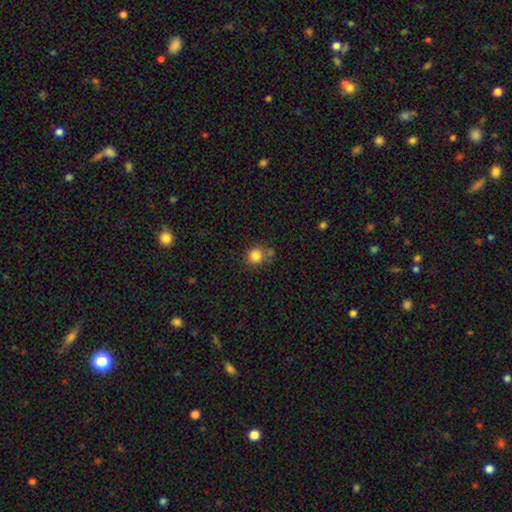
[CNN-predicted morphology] This appears to be a smooth galaxy with no disk features (83%) that is round (86%). Merging: none (64%).